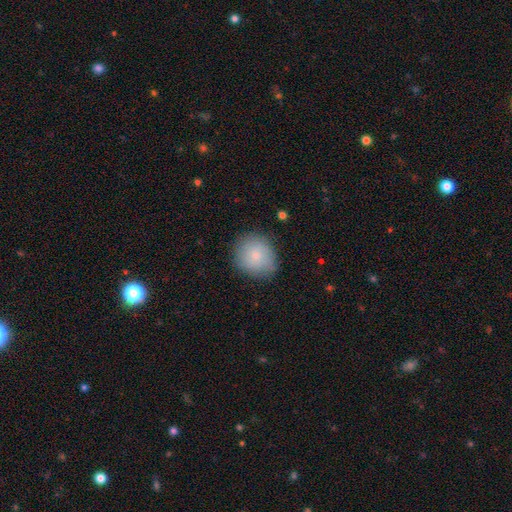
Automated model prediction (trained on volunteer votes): smooth 80%, featured or disk 13%, star or artifact 8%. Down the decision tree: how rounded — round (83%); merging — none (81%).